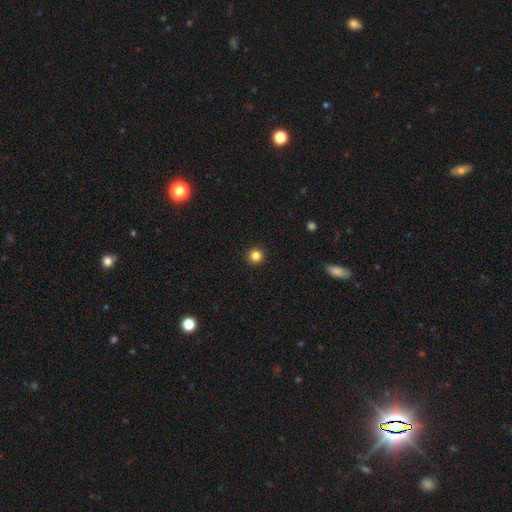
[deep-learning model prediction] A smooth galaxy with no disk features (83%) that is round (96%).

Vote fractions:
- Smooth or featured? smooth: 83% / star or artifact: 12% / featured or disk: 4%
- How rounded? round: 96% / in between: 4% / cigar-shaped: 1%
- Merging? none: 93% / minor disturbance: 4% / major disturbance: 1% / merger: 1%